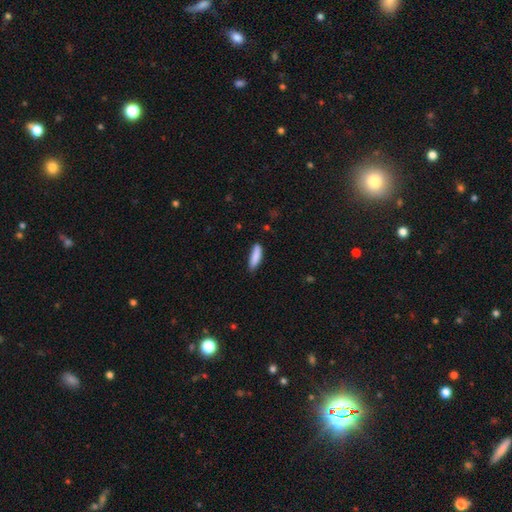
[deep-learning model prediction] Smooth or featured? smooth (87%)
How rounded? cigar-shaped (53%)
Merging? none (77%)